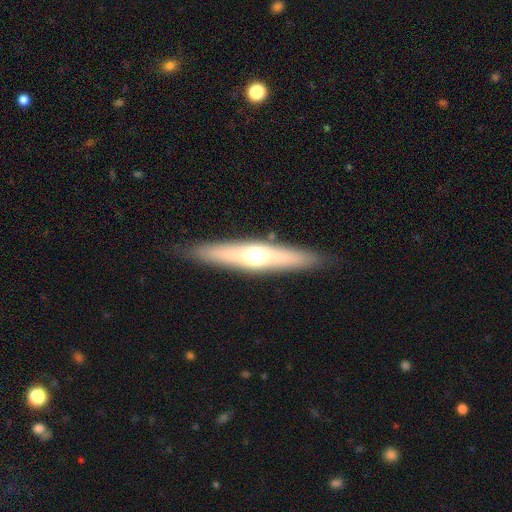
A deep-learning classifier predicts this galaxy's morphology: type=featured or disk (49%); merging=none (88%).